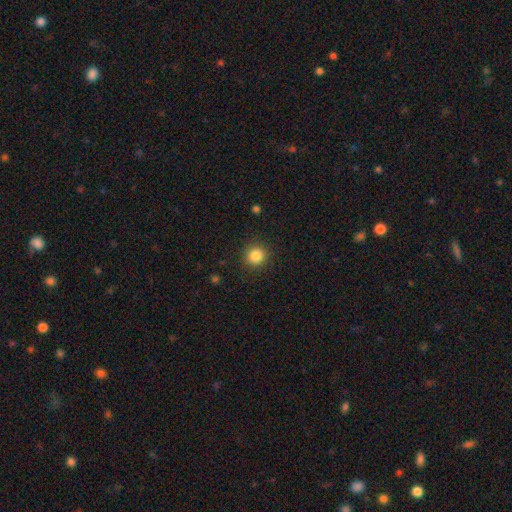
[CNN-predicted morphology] A smooth galaxy with no disk features (85%) that is round (93%). Merging: none (90%).